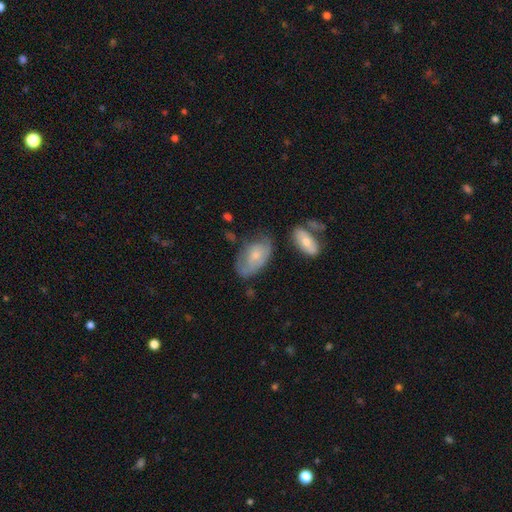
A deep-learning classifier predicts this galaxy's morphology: The model was most divided on "smooth or featured": smooth: 51%, featured or disk: 42%, star or artifact: 7%. Remaining: how rounded — in between (91%); merging — none (45%).